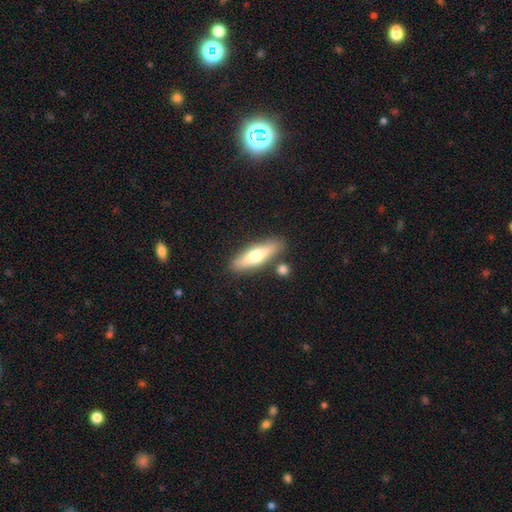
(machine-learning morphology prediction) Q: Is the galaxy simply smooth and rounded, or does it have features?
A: smooth — 59%.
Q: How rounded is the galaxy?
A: cigar-shaped — 66%.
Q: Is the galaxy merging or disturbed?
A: none — 80%.